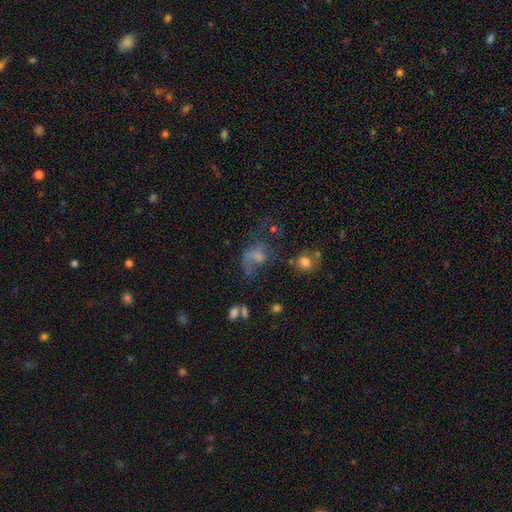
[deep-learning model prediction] This appears to be a smooth galaxy with no disk features (47%). Merging: major disturbance (45%).